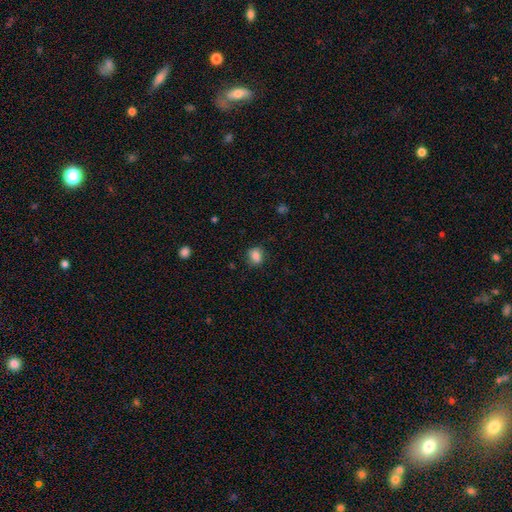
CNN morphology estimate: A smooth galaxy with no disk features (85%) that is round (51%).

Vote fractions:
- Smooth or featured? smooth: 85% / star or artifact: 10% / featured or disk: 6%
- How rounded? round: 51% / in between: 48% / cigar-shaped: 1%
- Merging? none: 80% / minor disturbance: 15% / major disturbance: 4% / merger: 1%